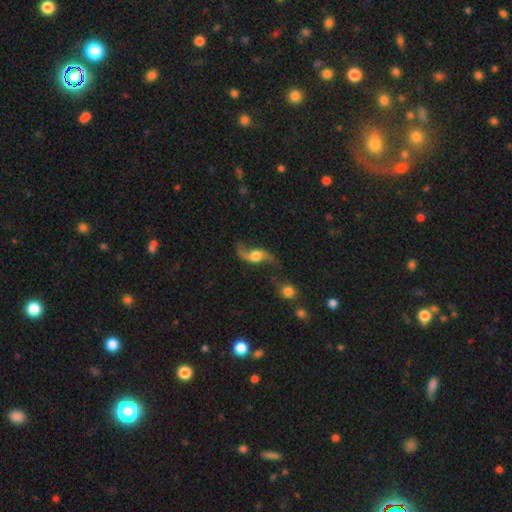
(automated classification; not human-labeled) Smooth or featured: featured or disk — 81% (smooth — 12%)
Edge-on disk: no — 89% (yes — 11%)
Bar: no — 61% (weak — 30%)
Spiral arms: yes — 94% (no — 6%)
Spiral winding: loose — 90% (medium — 7%)
Spiral arm count: 2 — 93% (1 — 3%)
Bulge size: moderate — 46% (large — 38%)
Merging: none — 61% (minor disturbance — 18%)